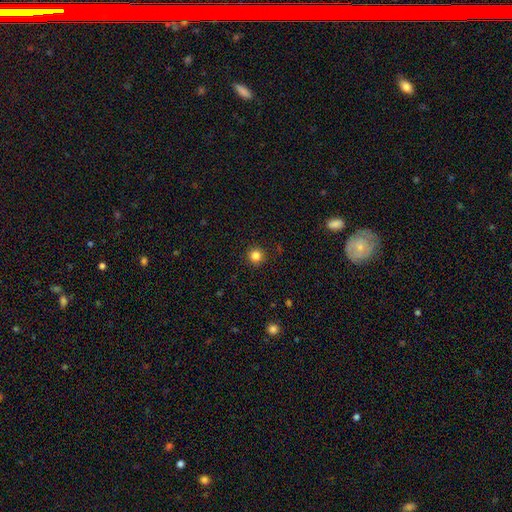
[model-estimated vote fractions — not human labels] Smooth or featured?
  - smooth: 83% *
  - star or artifact: 12%
  - featured or disk: 5%
How rounded?
  - round: 95% *
  - in between: 4%
  - cigar-shaped: 1%
Merging?
  - none: 92% *
  - minor disturbance: 5%
  - major disturbance: 2%
  - merger: 1%